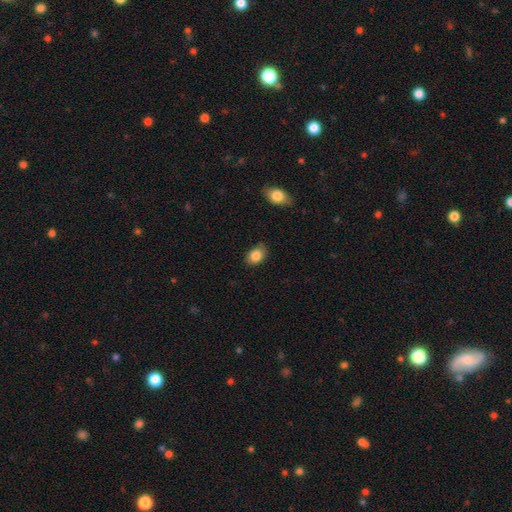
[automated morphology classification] Smooth or featured?
  - smooth: 84% *
  - star or artifact: 8%
  - featured or disk: 8%
How rounded?
  - in between: 73% *
  - round: 26%
  - cigar-shaped: 1%
Merging?
  - none: 72% *
  - minor disturbance: 22%
  - major disturbance: 4%
  - merger: 2%